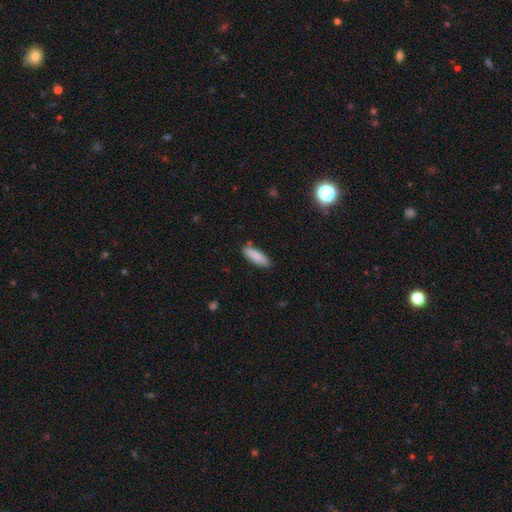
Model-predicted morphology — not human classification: Overall: smooth (87%). How rounded: in between (57%; cigar-shaped 41%). Merging: none (82%).